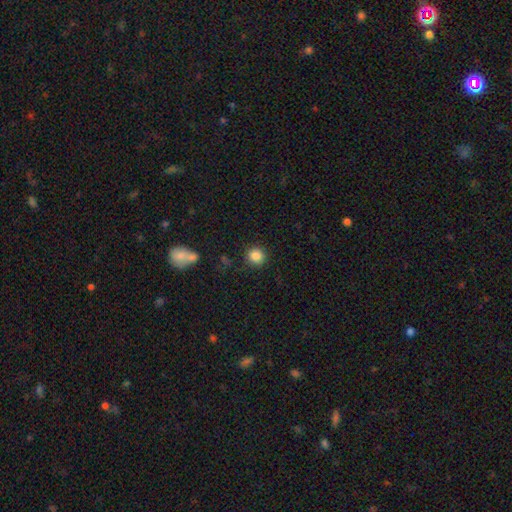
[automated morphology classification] type=smooth (85%); roundness=round (90%); merging=none (87%).